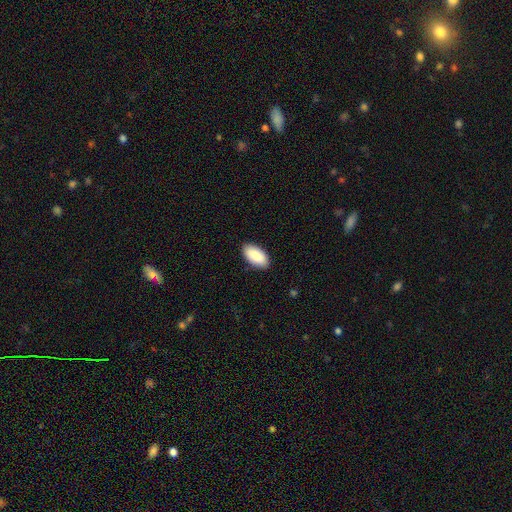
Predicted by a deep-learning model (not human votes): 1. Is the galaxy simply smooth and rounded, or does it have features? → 90% smooth, 6% star or artifact, 5% featured or disk.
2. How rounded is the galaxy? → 95% in between, 3% cigar-shaped, 2% round.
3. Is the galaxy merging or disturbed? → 89% none, 9% minor disturbance, 2% major disturbance, 1% merger.